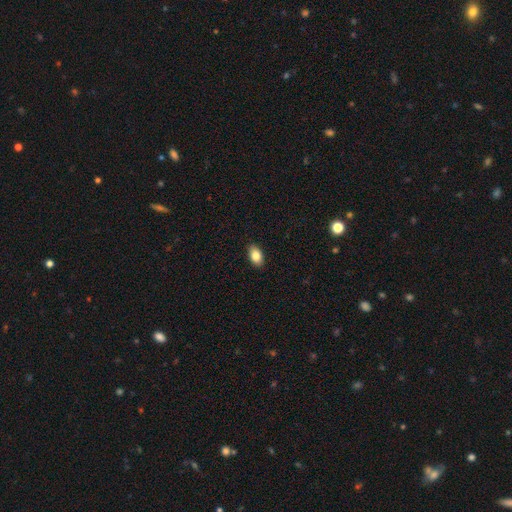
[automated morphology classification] Q: Smooth or featured?
A: smooth (85%); runner-up: star or artifact (8%)
Q: How rounded?
A: in between (90%); runner-up: round (8%)
Q: Merging?
A: none (89%); runner-up: minor disturbance (8%)